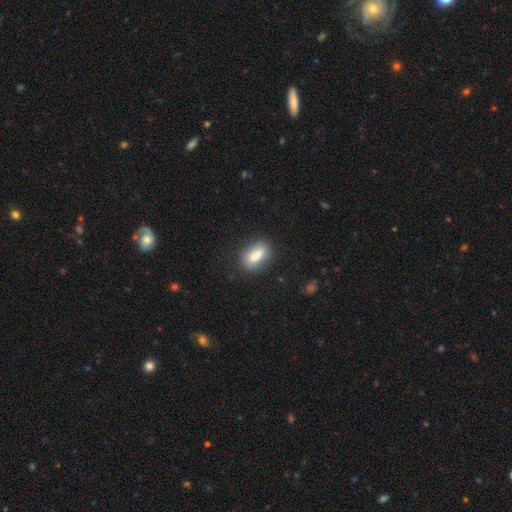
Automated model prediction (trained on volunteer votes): smooth 74%, featured or disk 17%, star or artifact 9%. Down the decision tree: how rounded — in between (73%); merging — none (79%).